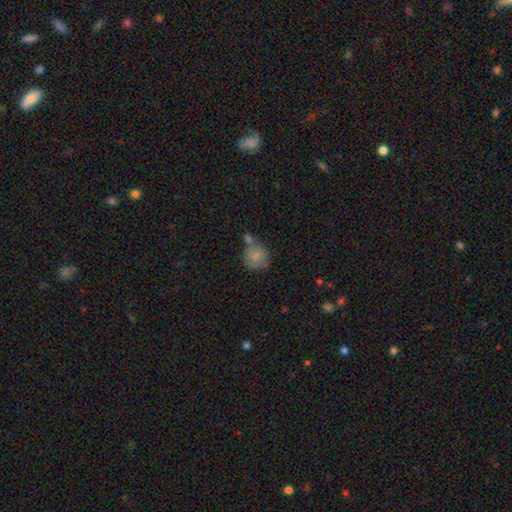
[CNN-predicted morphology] Smooth or featured? Predicted: smooth (p=0.79). How rounded? Predicted: round (p=0.81). Merging? Predicted: none (p=0.44).